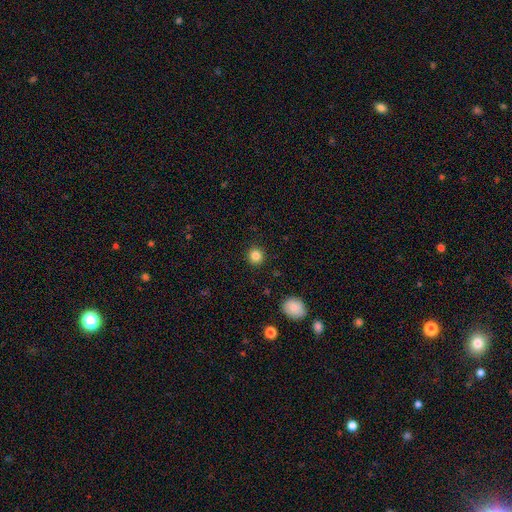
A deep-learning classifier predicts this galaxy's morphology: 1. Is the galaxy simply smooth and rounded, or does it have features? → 84% smooth, 11% star or artifact, 5% featured or disk.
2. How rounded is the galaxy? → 91% round, 8% in between, 1% cigar-shaped.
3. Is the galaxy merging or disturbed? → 91% none, 5% minor disturbance, 2% major disturbance, 1% merger.